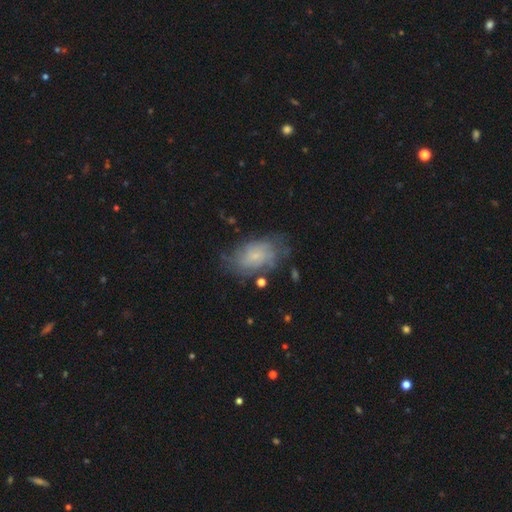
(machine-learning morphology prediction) A featured or disk galaxy (52%).

Vote fractions:
- Smooth or featured? featured or disk: 52% / smooth: 38% / star or artifact: 10%
- Edge-on disk? no: 95% / yes: 5%
- Merging? none: 62% / minor disturbance: 23% / major disturbance: 12% / merger: 3%